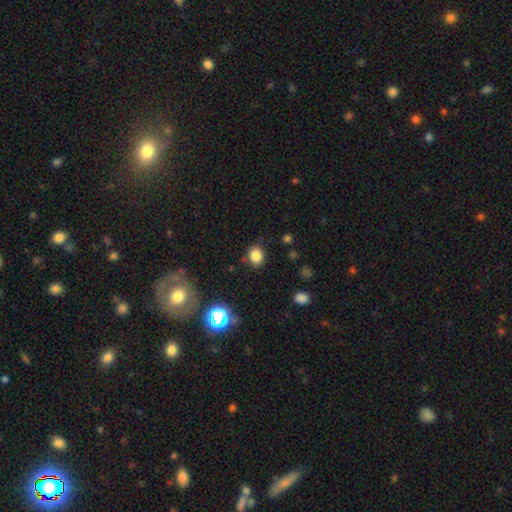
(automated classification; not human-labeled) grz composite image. It shows a smooth galaxy with no disk features (83%) that is round (58%). Merging: none (83%).